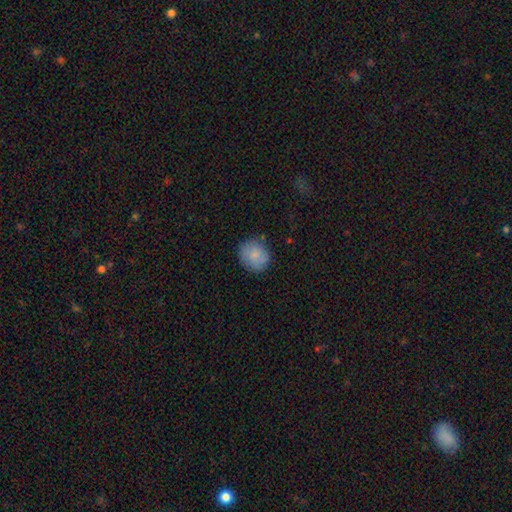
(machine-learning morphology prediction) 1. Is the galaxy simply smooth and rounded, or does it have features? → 81% smooth, 11% featured or disk, 7% star or artifact.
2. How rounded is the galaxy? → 84% round, 15% in between, 1% cigar-shaped.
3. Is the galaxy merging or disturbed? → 79% none, 15% minor disturbance, 4% major disturbance, 2% merger.